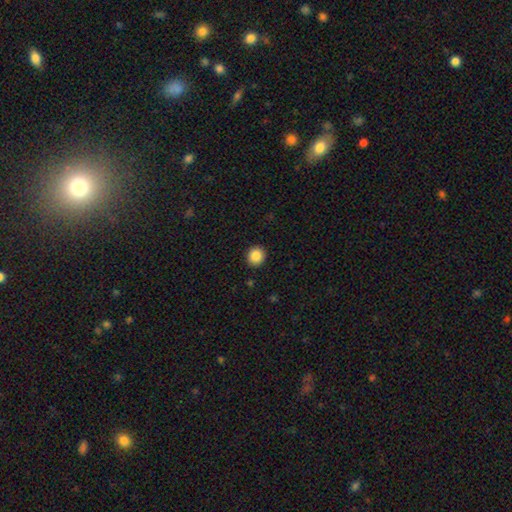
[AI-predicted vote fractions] The model was most divided on "smooth or featured": smooth: 86%, star or artifact: 9%, featured or disk: 4%. More confident: merging — none (92%); how rounded — round (90%).